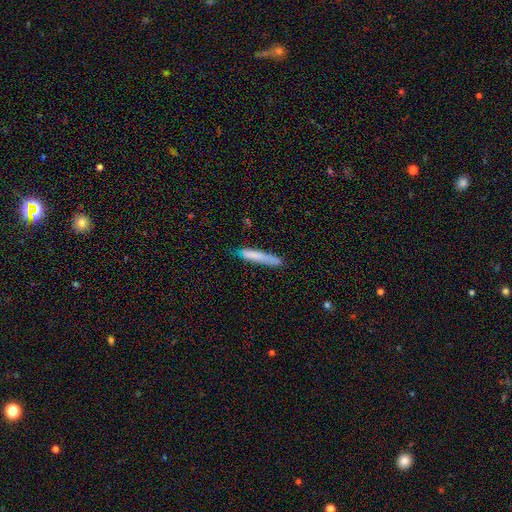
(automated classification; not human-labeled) smooth-or-featured: smooth: 75% | featured or disk: 18% | star or artifact: 7%
  how-rounded: cigar-shaped: 93% | in between: 5% | round: 1%
  merging: none: 74% | minor disturbance: 20% | major disturbance: 4% | merger: 2%